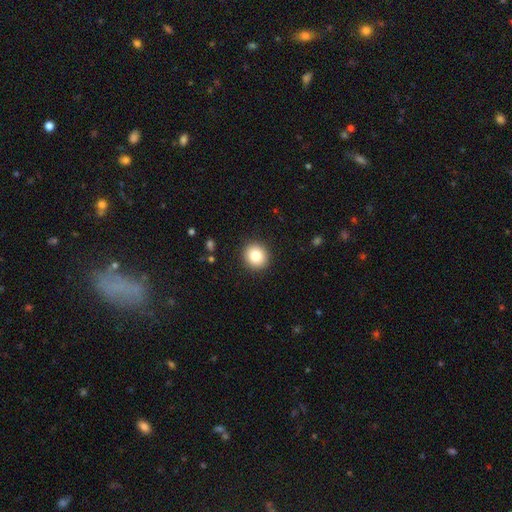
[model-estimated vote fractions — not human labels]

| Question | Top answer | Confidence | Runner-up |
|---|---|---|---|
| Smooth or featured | smooth | 83% | star or artifact (9%) |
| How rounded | round | 85% | in between (14%) |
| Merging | none | 91% | minor disturbance (6%) |